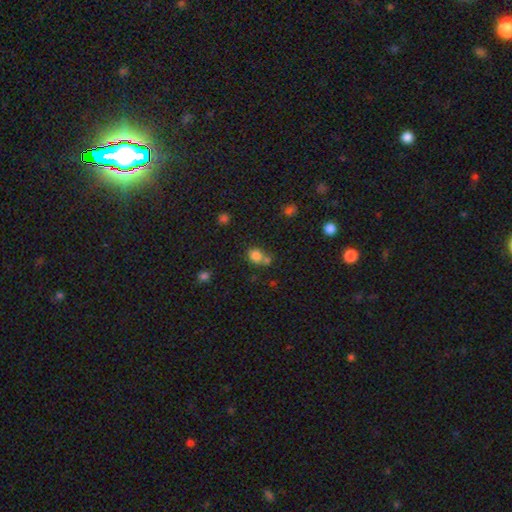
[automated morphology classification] This appears to be a smooth galaxy with no disk features (79%) that is round (67%). Merging: none (47%).